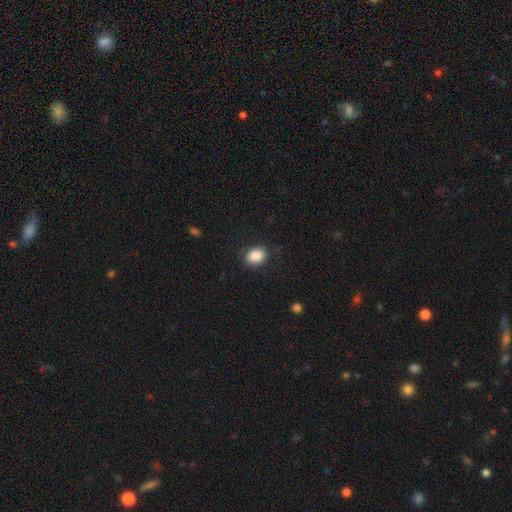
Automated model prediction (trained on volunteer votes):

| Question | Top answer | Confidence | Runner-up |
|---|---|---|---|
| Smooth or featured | smooth | 88% | star or artifact (8%) |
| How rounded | in between | 66% | round (33%) |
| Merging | none | 86% | minor disturbance (10%) |